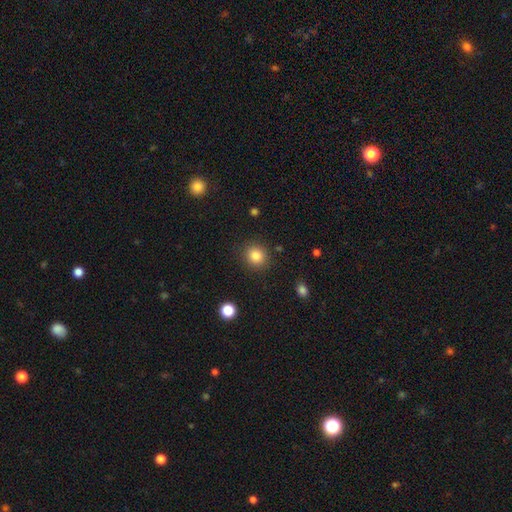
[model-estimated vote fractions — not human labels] A smooth galaxy with no disk features (84%) that is round (87%). Merging: none (88%).